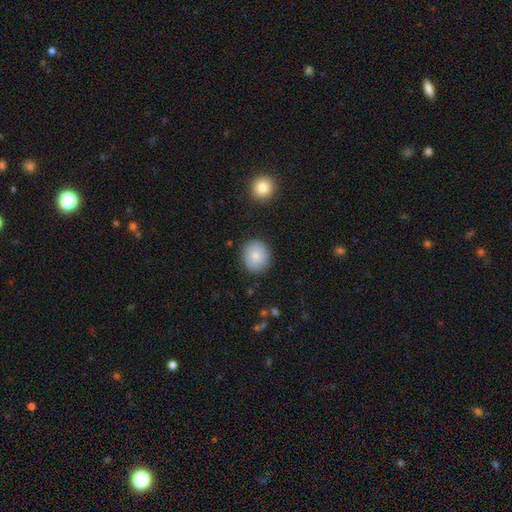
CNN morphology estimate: type=smooth (81%); roundness=round (79%); merging=none (86%).